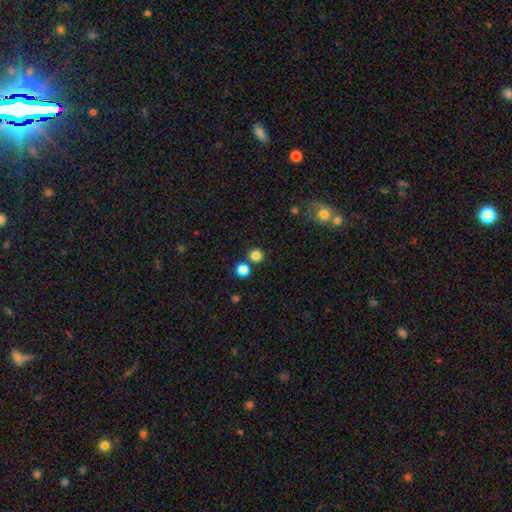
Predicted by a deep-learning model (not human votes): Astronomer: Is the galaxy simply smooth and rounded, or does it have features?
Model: smooth — 82%.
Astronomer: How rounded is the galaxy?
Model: round — 92%.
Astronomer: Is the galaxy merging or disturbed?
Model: none — 78%.